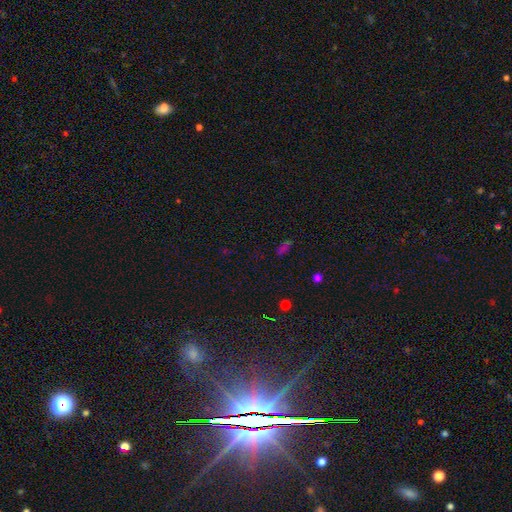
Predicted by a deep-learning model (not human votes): Morphology: type=star or artifact (57%).